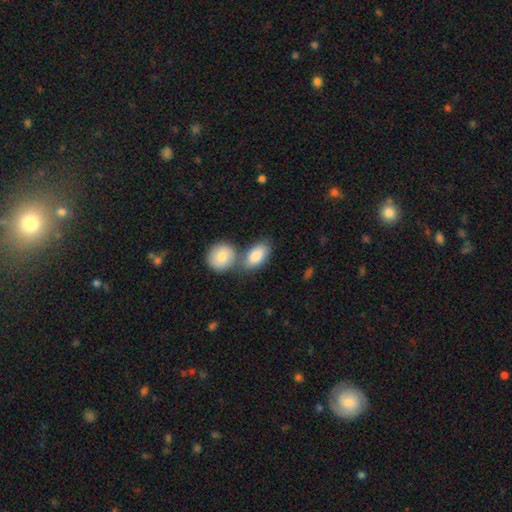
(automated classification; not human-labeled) Morphology: type=smooth (85%); roundness=in between (89%); merging=none (44%).